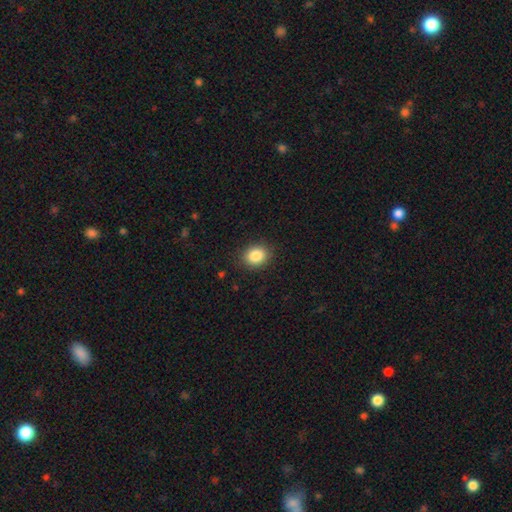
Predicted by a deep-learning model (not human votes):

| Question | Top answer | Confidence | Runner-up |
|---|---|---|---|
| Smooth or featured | smooth | 86% | star or artifact (9%) |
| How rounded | round | 56% | in between (43%) |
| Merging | none | 87% | minor disturbance (9%) |